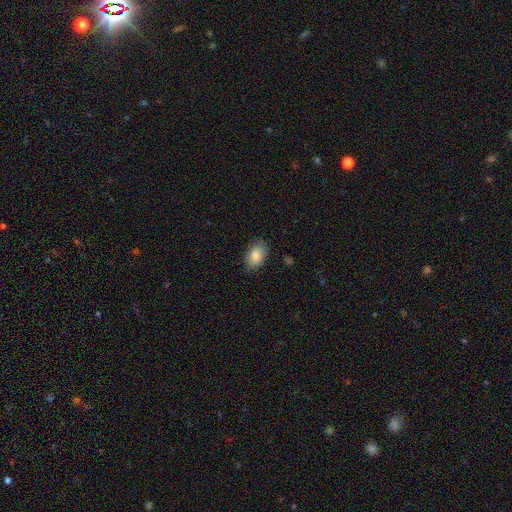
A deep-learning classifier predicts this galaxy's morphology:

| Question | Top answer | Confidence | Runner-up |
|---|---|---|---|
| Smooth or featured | smooth | 85% | featured or disk (8%) |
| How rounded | in between | 85% | round (13%) |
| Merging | none | 79% | minor disturbance (17%) |